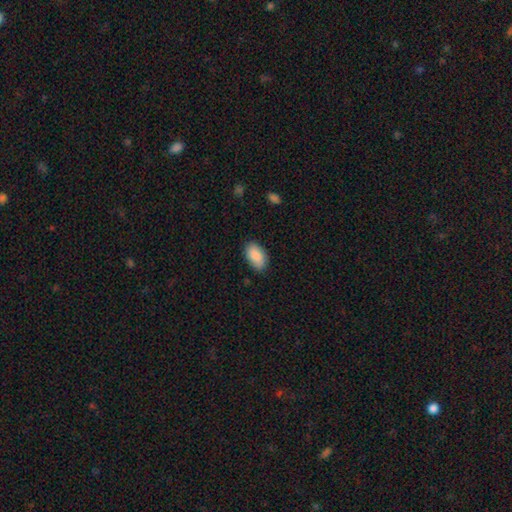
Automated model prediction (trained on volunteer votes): The model was most divided on "merging": none: 82%, minor disturbance: 14%, major disturbance: 3%, merger: 1%. More confident: how rounded — in between (94%); smooth or featured — smooth (88%).